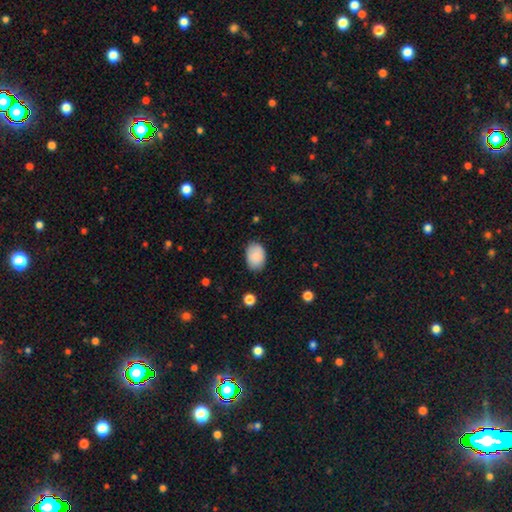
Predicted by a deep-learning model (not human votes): Smooth or featured: smooth — 88% (star or artifact — 7%)
How rounded: in between — 80% (round — 19%)
Merging: none — 80% (minor disturbance — 16%)